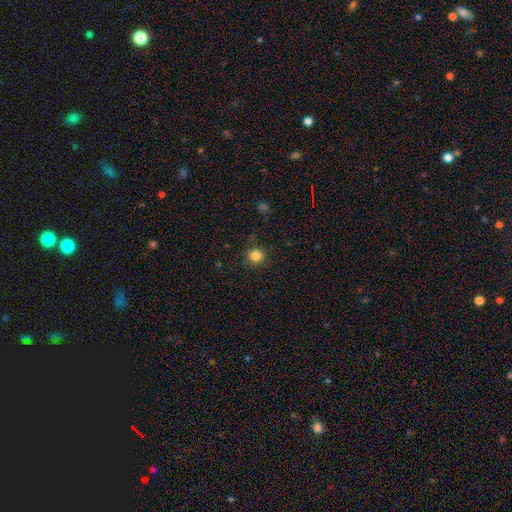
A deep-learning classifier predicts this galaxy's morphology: Smooth or featured? smooth (84%)
How rounded? round (92%)
Merging? none (87%)